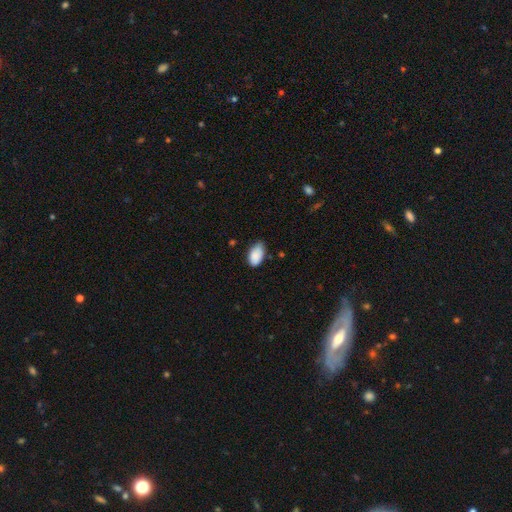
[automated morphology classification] This is clearly a smooth galaxy (88%). How rounded: clearly in between (94%). Merging: likely none (60%).